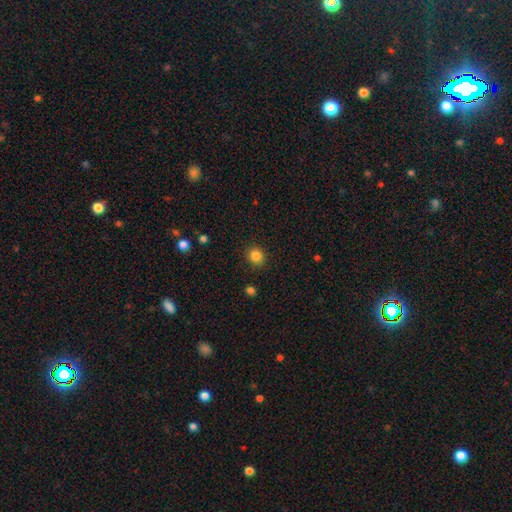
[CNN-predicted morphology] Smooth or featured?
  - smooth: 85% *
  - star or artifact: 11%
  - featured or disk: 4%
How rounded?
  - round: 82% *
  - in between: 18%
  - cigar-shaped: 1%
Merging?
  - none: 90% *
  - minor disturbance: 7%
  - major disturbance: 2%
  - merger: 1%